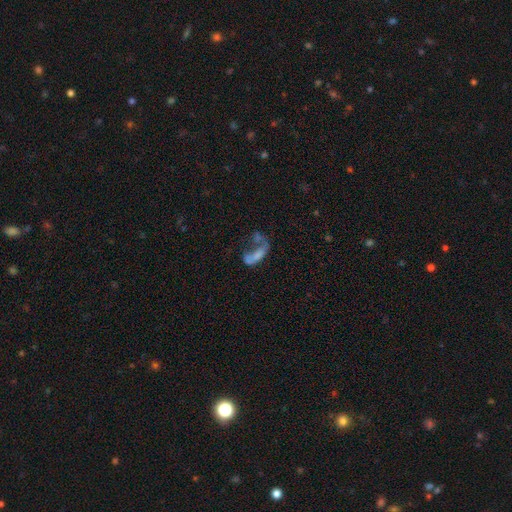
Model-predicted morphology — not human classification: Smooth or featured: smooth — 48% (featured or disk — 39%)
Merging: major disturbance — 39% (merger — 32%)